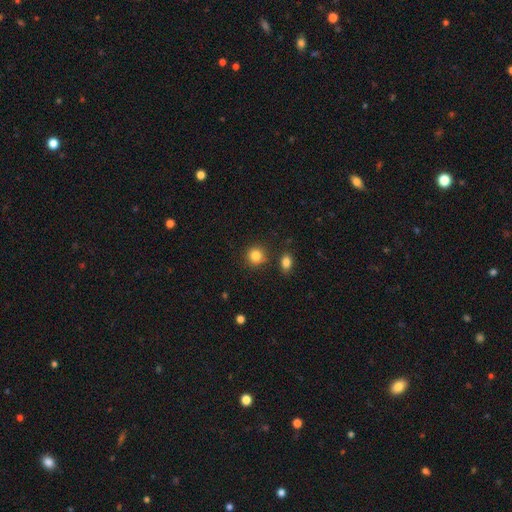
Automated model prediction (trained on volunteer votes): This appears to be a smooth galaxy with no disk features (85%) that is round (89%). Merging: none (82%).